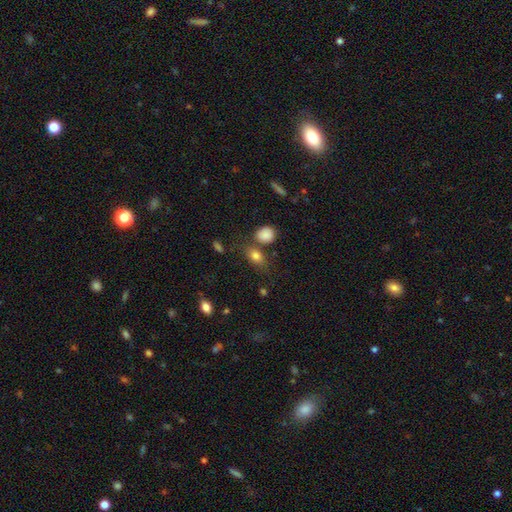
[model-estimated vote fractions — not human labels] A smooth galaxy with no disk features (81%) that is in between round and cigar-shaped (72%).

Vote fractions:
- Smooth or featured? smooth: 81% / star or artifact: 11% / featured or disk: 8%
- How rounded? in between: 72% / round: 24% / cigar-shaped: 3%
- Merging? none: 66% / minor disturbance: 15% / merger: 14% / major disturbance: 5%